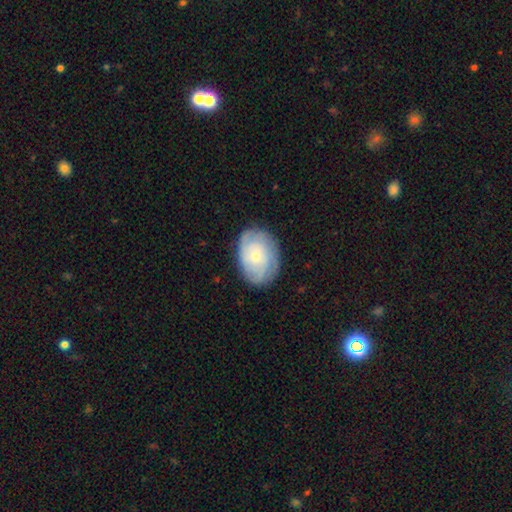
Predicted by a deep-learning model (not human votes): smooth_or_featured: featured or disk (p=0.55) [alt: smooth p=0.38]
disk_edge_on: no (p=0.96) [alt: yes p=0.04]
bar: no (p=0.81) [alt: weak p=0.16]
has_spiral_arms: yes (p=0.82) [alt: no p=0.18]
bulge_size: small (p=0.66) [alt: moderate p=0.29]
merging: none (p=0.78) [alt: minor disturbance p=0.16]